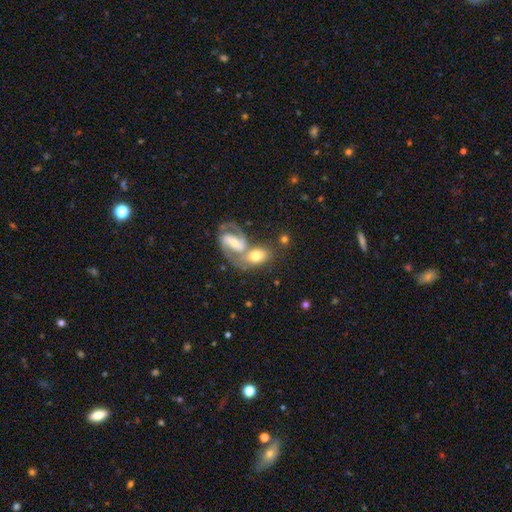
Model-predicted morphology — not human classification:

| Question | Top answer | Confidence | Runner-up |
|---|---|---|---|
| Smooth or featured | smooth | 47% | featured or disk (46%) |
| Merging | merger | 52% | none (33%) |